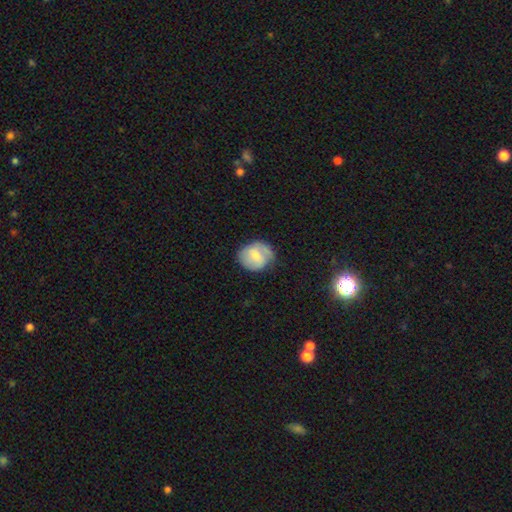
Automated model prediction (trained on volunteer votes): Smooth or featured? smooth (54%)
How rounded? round (70%)
Merging? none (65%)